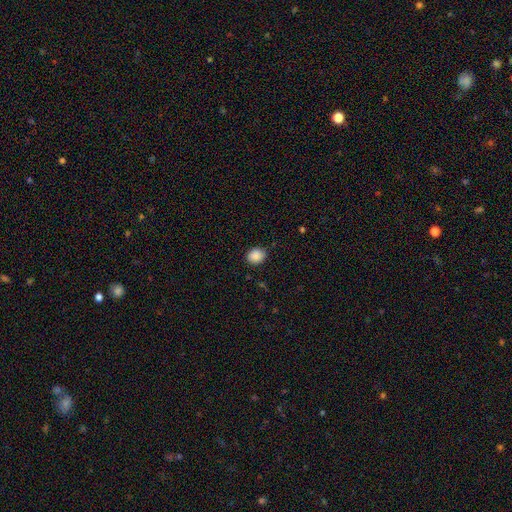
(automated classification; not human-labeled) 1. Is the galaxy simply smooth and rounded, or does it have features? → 88% smooth, 8% star or artifact, 3% featured or disk.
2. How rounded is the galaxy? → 57% round, 42% in between, 1% cigar-shaped.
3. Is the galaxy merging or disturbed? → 86% none, 10% minor disturbance, 2% major disturbance, 1% merger.